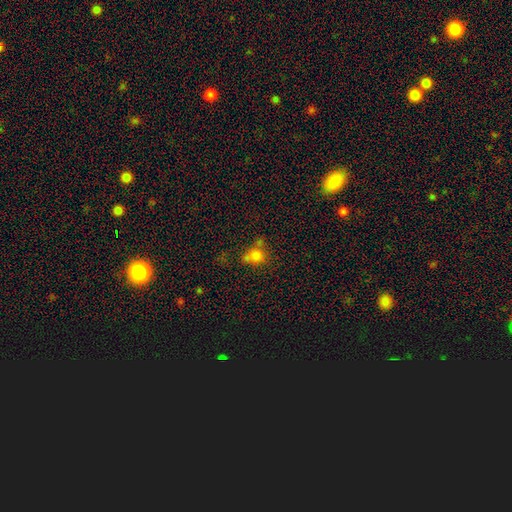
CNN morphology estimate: type=smooth (74%); roundness=round (62%); merging=none (41%).